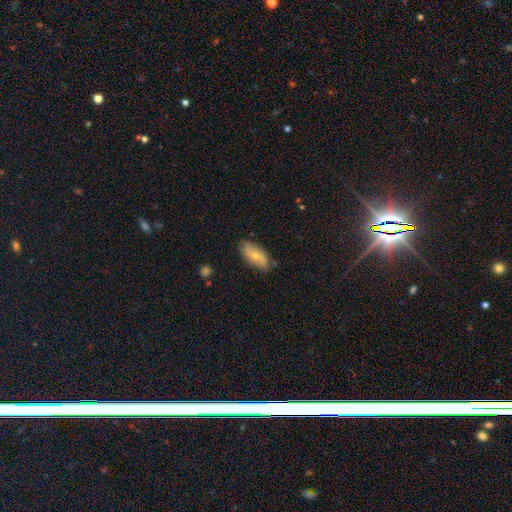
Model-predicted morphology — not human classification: smooth 60%, featured or disk 34%, star or artifact 6%. Down the decision tree: how rounded — in between (88%); merging — none (78%).